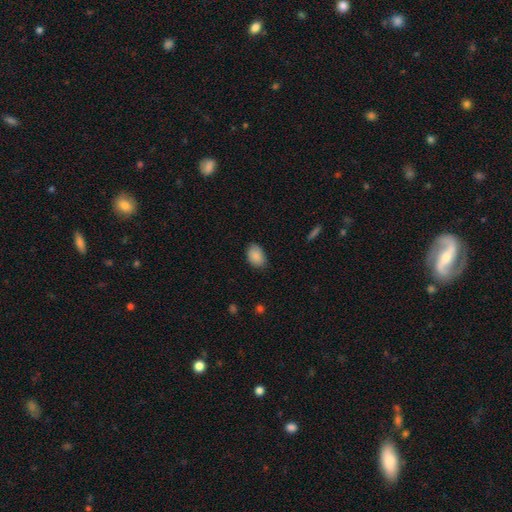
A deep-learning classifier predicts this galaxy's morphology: Smooth or featured? Predicted: smooth (p=0.88). How rounded? Predicted: in between (p=0.83). Merging? Predicted: none (p=0.79).